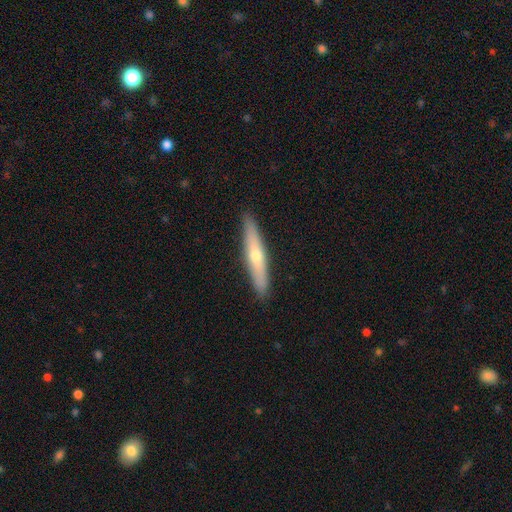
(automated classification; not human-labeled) This appears to be a featured or disk galaxy (49%). Merging: none (91%).